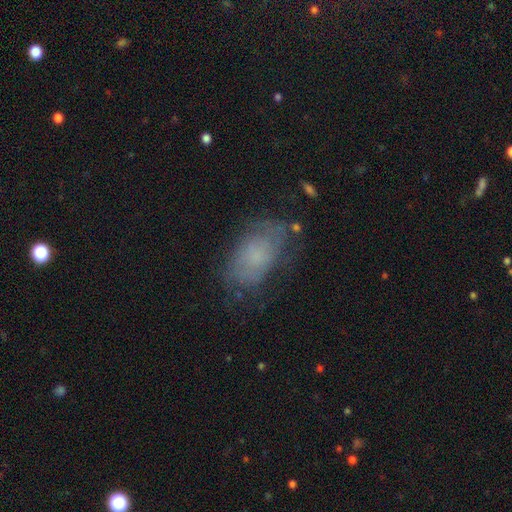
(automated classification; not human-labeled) Overall: smooth (52%; featured or disk 35%). How rounded: in between (89%). Merging: none (62%; minor disturbance 23%).